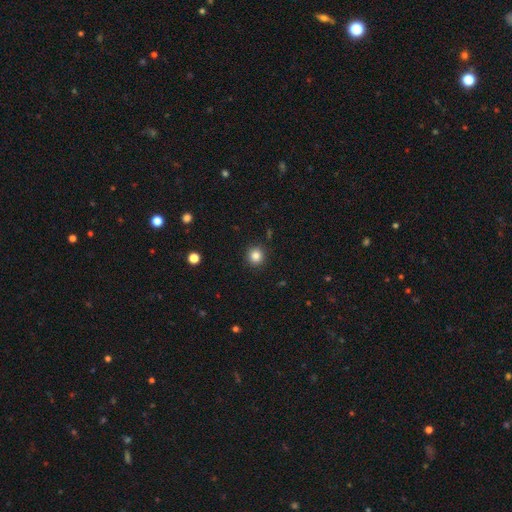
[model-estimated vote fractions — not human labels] Smooth or featured?
  - smooth: 84% *
  - star or artifact: 11%
  - featured or disk: 5%
How rounded?
  - round: 93% *
  - in between: 6%
  - cigar-shaped: 1%
Merging?
  - none: 91% *
  - minor disturbance: 6%
  - major disturbance: 2%
  - merger: 1%